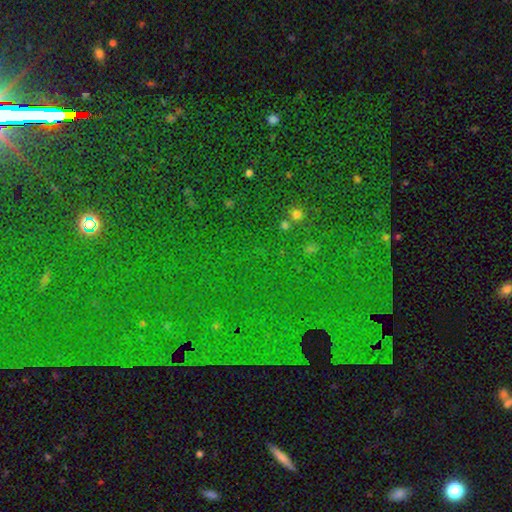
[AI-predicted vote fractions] A star or artifact, not a galaxy (82%).